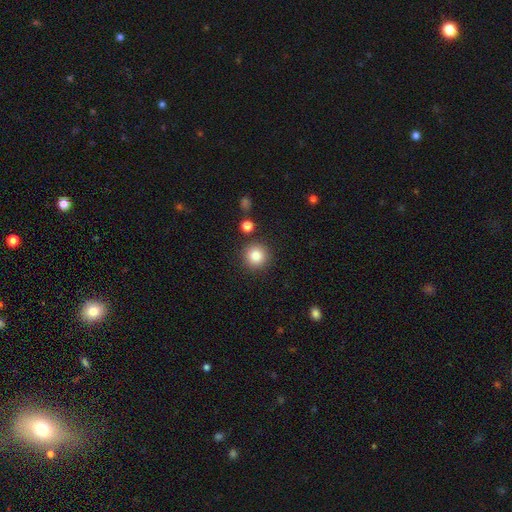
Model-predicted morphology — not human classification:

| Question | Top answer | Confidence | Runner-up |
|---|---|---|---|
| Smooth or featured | smooth | 84% | star or artifact (10%) |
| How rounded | round | 94% | in between (5%) |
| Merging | none | 87% | minor disturbance (7%) |